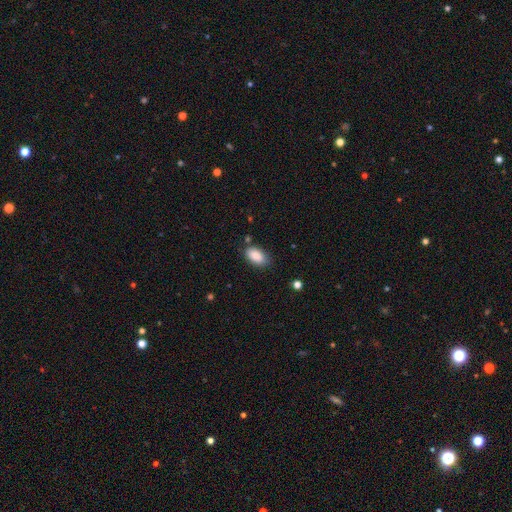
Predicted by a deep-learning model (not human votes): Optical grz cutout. It shows a smooth galaxy with no disk features (89%) that is in between round and cigar-shaped (93%). Merging: none (80%).